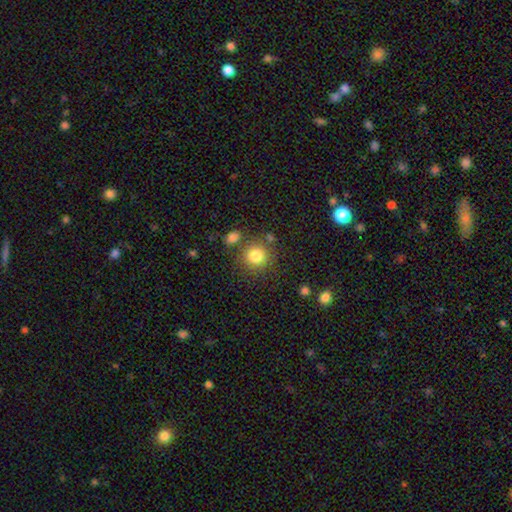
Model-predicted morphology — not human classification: Smooth or featured?
  - smooth: 82% *
  - star or artifact: 10%
  - featured or disk: 7%
How rounded?
  - round: 90% *
  - in between: 10%
  - cigar-shaped: 1%
Merging?
  - none: 76% *
  - minor disturbance: 10%
  - merger: 10%
  - major disturbance: 4%